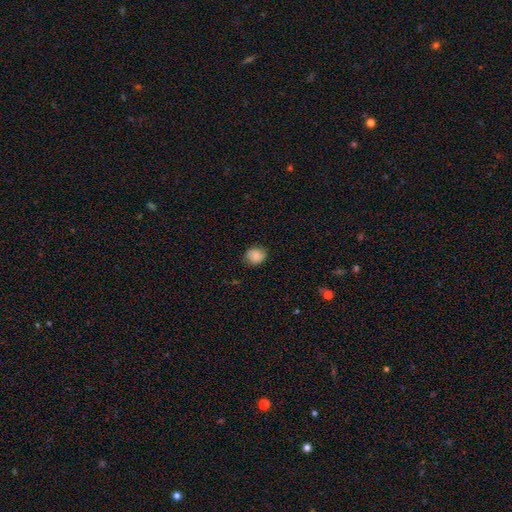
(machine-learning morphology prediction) Smooth or featured? smooth (87%)
How rounded? round (66%)
Merging? none (83%)